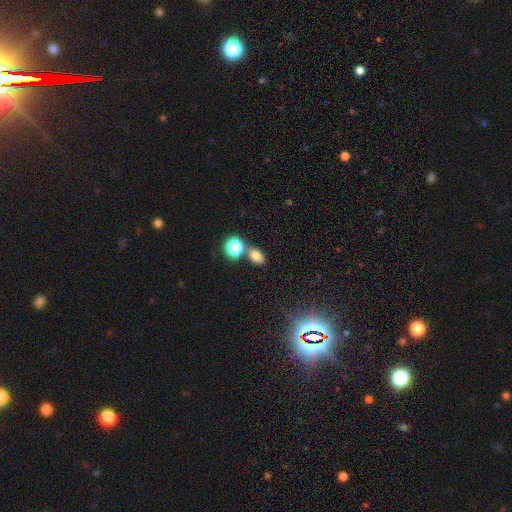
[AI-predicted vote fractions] Smooth or featured: smooth — 76% (star or artifact — 17%)
How rounded: in between — 71% (round — 28%)
Merging: none — 69% (merger — 18%)